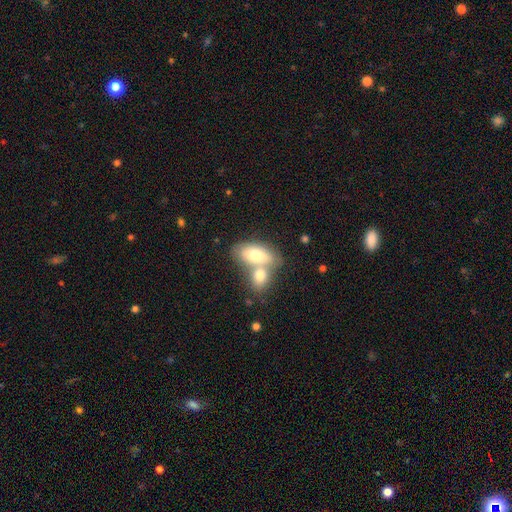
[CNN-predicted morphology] Smooth or featured? Predicted: smooth (p=0.70). How rounded? Predicted: in between (p=0.88). Merging? Predicted: merger (p=0.60).